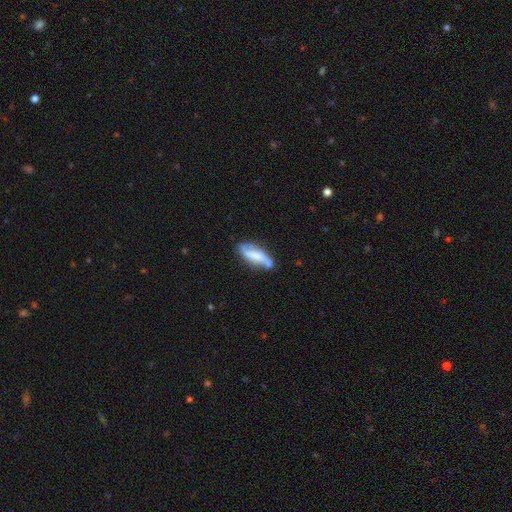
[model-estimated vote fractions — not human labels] This is possibly a smooth galaxy (48%). Merging: possibly none (54%).